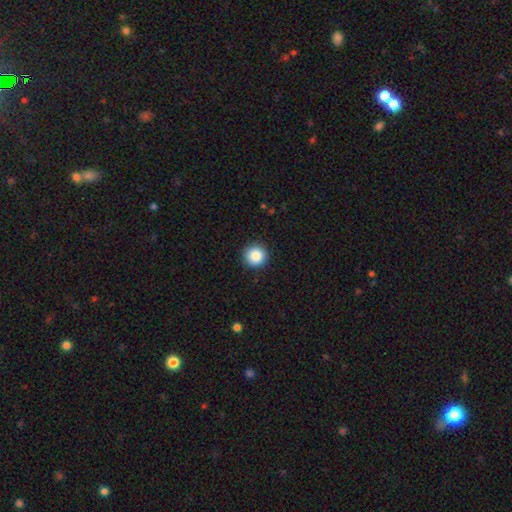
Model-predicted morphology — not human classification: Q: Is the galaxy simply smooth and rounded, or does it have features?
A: smooth — 87%.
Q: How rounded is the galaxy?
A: round — 96%.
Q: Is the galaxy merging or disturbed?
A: none — 92%.